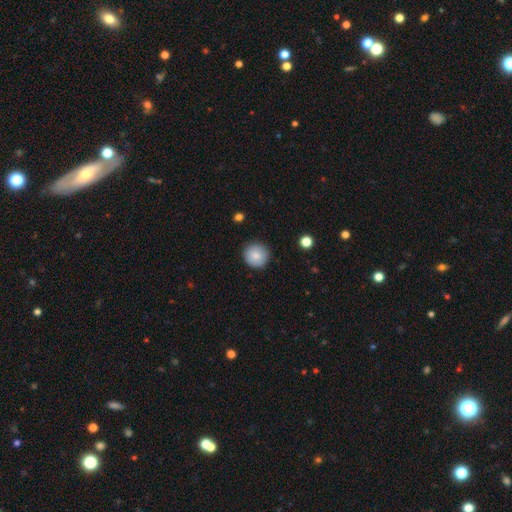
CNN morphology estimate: This is clearly a smooth galaxy (84%). How rounded: clearly round (95%). Merging: clearly none (90%).